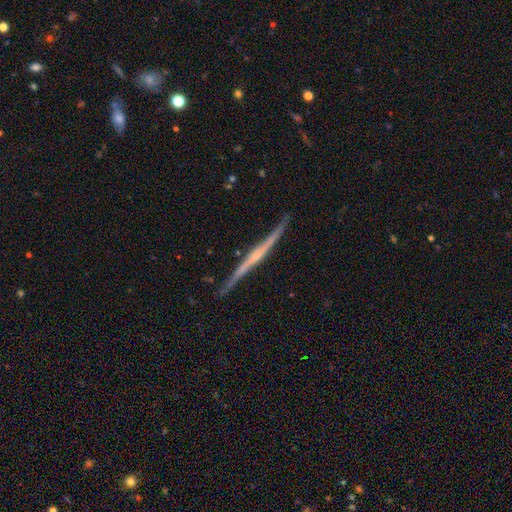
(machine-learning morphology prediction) The model was most divided on "edge-on bulge": none: 46%, rounded: 44%, boxy: 11%. More confident: edge-on disk — yes (97%); merging — none (82%); smooth or featured — featured or disk (80%).